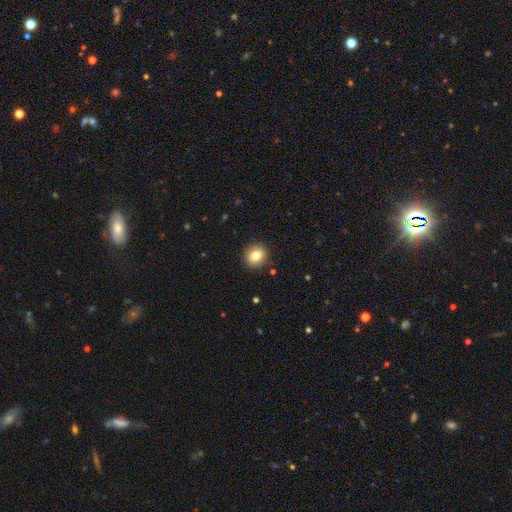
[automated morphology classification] Smooth or featured? smooth (79%)
How rounded? round (82%)
Merging? none (91%)